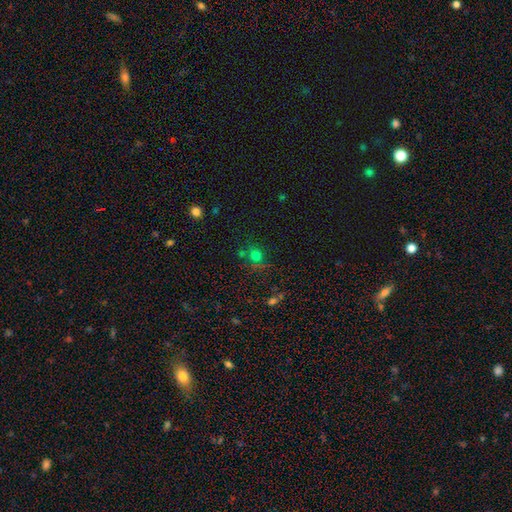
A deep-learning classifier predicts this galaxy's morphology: Smooth or featured: smooth — 62% (star or artifact — 30%)
How rounded: round — 85% (in between — 14%)
Merging: none — 66% (minor disturbance — 15%)